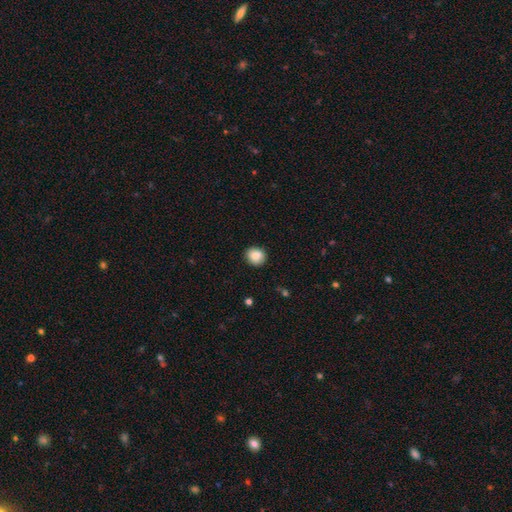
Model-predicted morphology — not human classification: Q: Smooth or featured?
A: smooth (87%); runner-up: star or artifact (8%)
Q: How rounded?
A: round (75%); runner-up: in between (24%)
Q: Merging?
A: none (87%); runner-up: minor disturbance (10%)